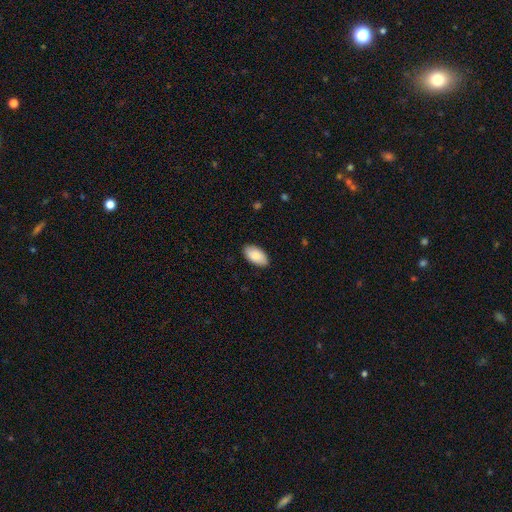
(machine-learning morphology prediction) This appears to be a smooth galaxy with no disk features (87%) that is in between round and cigar-shaped (96%). Merging: none (88%).